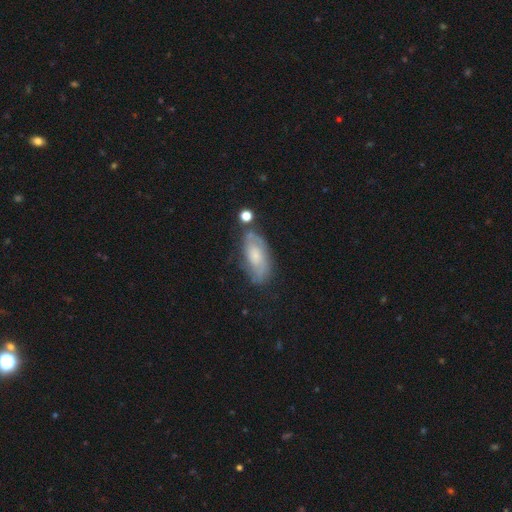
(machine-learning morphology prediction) A featured or disk galaxy (57%) with no bar (67%), spiral arms (78%) and a small central bulge (38%).

Vote fractions:
- Smooth or featured? featured or disk: 57% / smooth: 35% / star or artifact: 8%
- Edge-on disk? no: 89% / yes: 11%
- Bar? no: 67% / weak: 28% / strong: 5%
- Spiral arms? yes: 78% / no: 22%
- Bulge size? small: 38% / moderate: 37% / none: 12% / large: 11% / dominant: 2%
- Merging? none: 61% / minor disturbance: 23% / major disturbance: 9% / merger: 7%